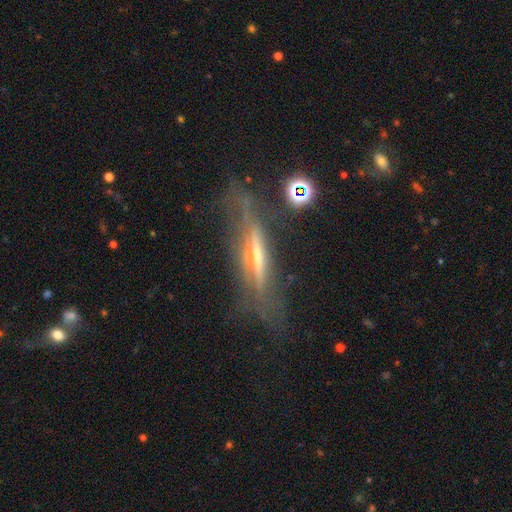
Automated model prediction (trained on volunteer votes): The model was most divided on "merging": none: 58%, minor disturbance: 23%, major disturbance: 17%, merger: 3%. More confident: edge-on disk — yes (91%); smooth or featured — featured or disk (76%); edge-on bulge — rounded (72%).